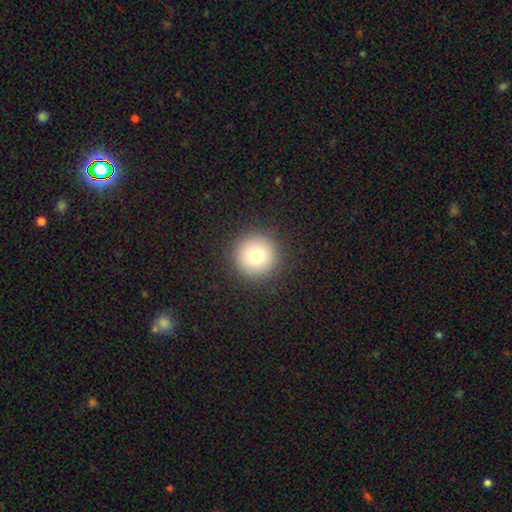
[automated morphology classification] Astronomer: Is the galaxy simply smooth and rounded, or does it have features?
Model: smooth — 76%.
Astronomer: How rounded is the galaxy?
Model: round — 96%.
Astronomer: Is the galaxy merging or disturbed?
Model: none — 91%.